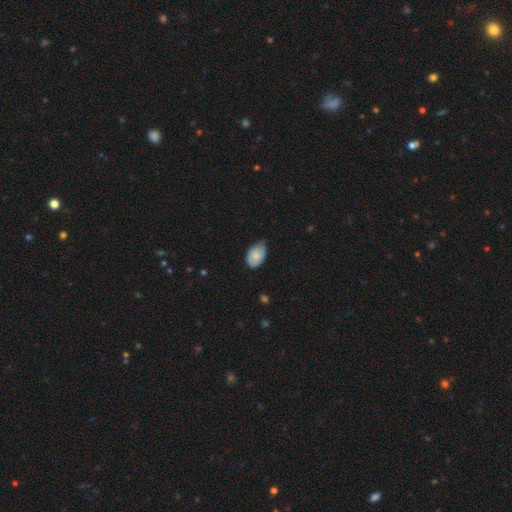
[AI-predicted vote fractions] This appears to be a smooth galaxy with no disk features (80%) that is in between round and cigar-shaped (89%). Merging: none (47%).